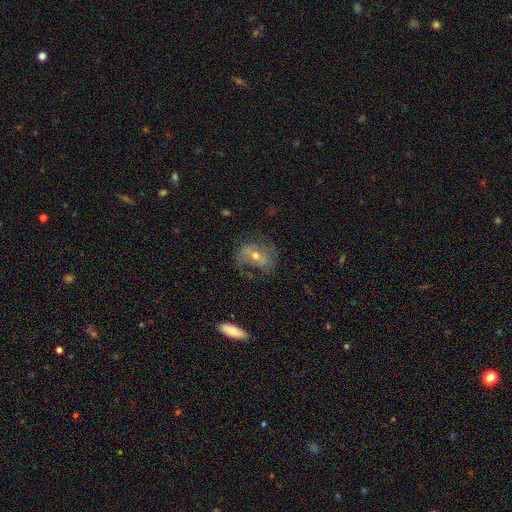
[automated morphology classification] Overall: featured or disk (65%). Edge-on disk: no (94%). Bar: no (52%; weak 33%). Spiral arms: yes (74%). Bulge size: moderate (51%; small 44%). Merging: none (57%; minor disturbance 21%).